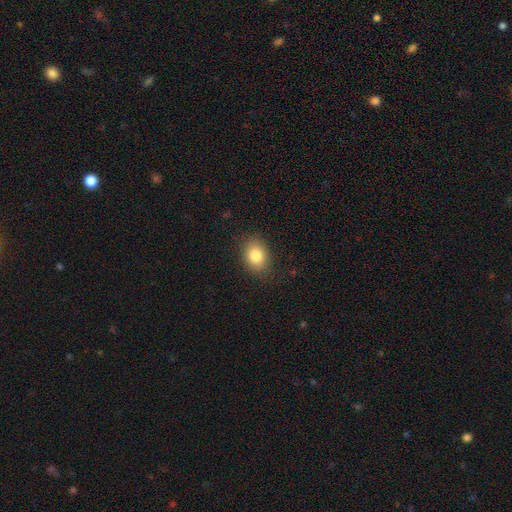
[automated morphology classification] smooth 82%, star or artifact 10%, featured or disk 8%. Down the decision tree: how rounded — in between (63%); merging — none (85%).